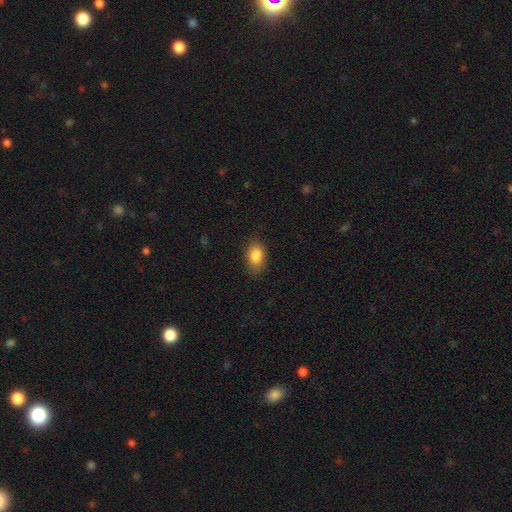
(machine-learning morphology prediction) Smooth or featured: smooth — 86% (star or artifact — 8%)
How rounded: in between — 89% (round — 8%)
Merging: none — 81% (minor disturbance — 14%)